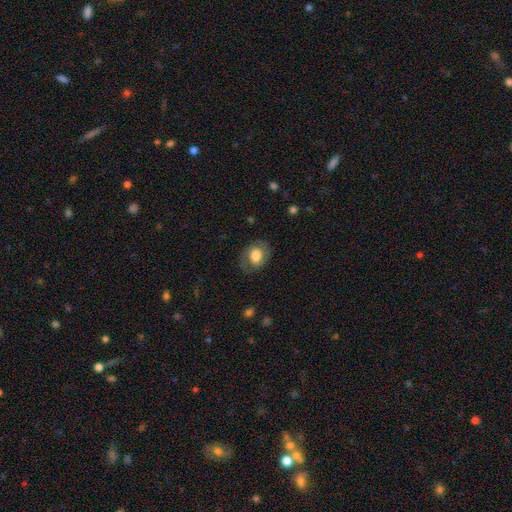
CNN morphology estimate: Q: Smooth or featured?
A: smooth (59%); runner-up: featured or disk (34%)
Q: How rounded?
A: in between (65%); runner-up: round (34%)
Q: Merging?
A: none (76%); runner-up: minor disturbance (15%)